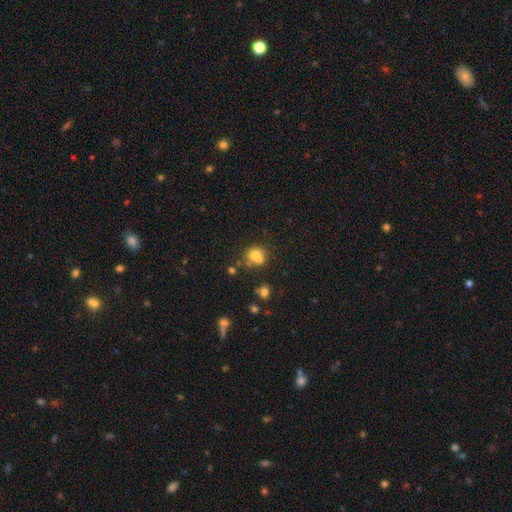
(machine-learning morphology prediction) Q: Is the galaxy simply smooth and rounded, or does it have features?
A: smooth — 72%.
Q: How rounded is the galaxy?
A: round — 74%.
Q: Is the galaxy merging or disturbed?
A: none — 43%.